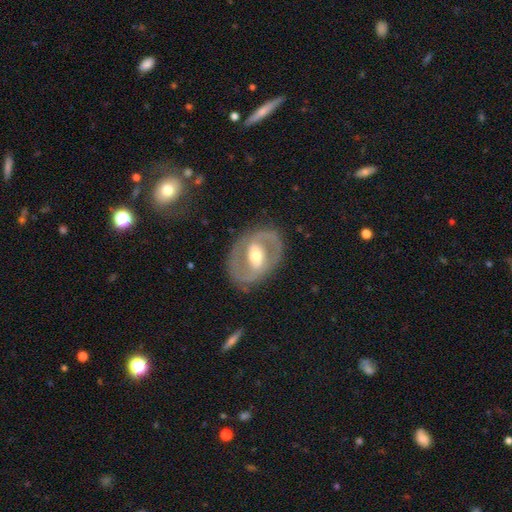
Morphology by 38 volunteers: smooth-or-featured: featured or disk: 68% | smooth: 24% | star or artifact: 8%
  disk-edge-on: no: 96% | yes: 4%
    bar: weak: 40% | no: 36% | strong: 24%
    has-spiral-arms: yes: 52% | no: 48%
      spiral-winding: medium: 46% | tight: 38% | loose: 15%
      spiral-arm-count: 2: 92% | can't tell: 8% | 1: 0% | 3: 0% | 4: 0% | more than 4: 0%
    bulge-size: moderate: 64% | small: 28% | large: 8% | dominant: 0% | none: 0%
  merging: none: 77% | minor disturbance: 17% | major disturbance: 6% | merger: 0%